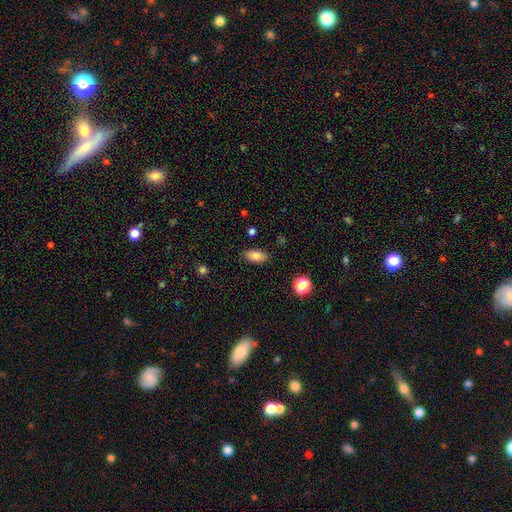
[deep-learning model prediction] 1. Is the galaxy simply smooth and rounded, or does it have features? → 84% smooth, 9% star or artifact, 7% featured or disk.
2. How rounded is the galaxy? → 90% in between, 6% cigar-shaped, 5% round.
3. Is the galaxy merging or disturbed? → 85% none, 11% minor disturbance, 3% major disturbance, 2% merger.